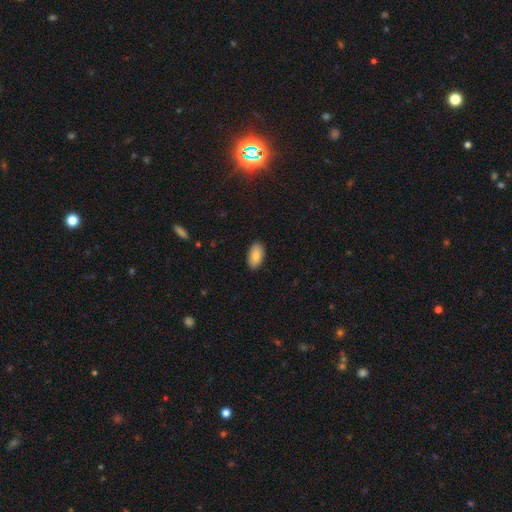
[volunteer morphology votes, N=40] Overall: smooth (75%). How rounded: in between (90%). Merging: none (89%).